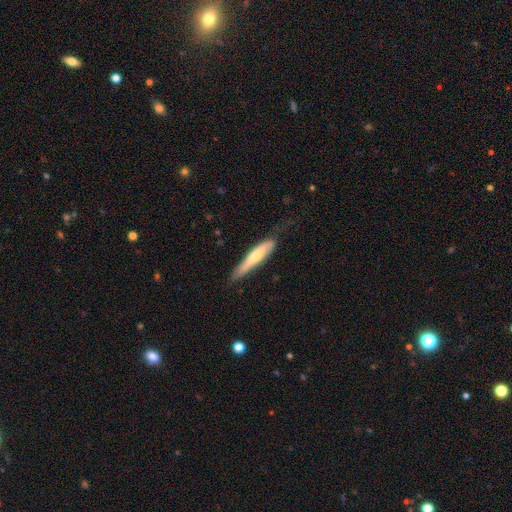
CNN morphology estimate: smooth-or-featured: smooth: 60% | featured or disk: 35% | star or artifact: 5%
  how-rounded: cigar-shaped: 84% | in between: 15% | round: 1%
  merging: none: 63% | minor disturbance: 28% | major disturbance: 8% | merger: 2%